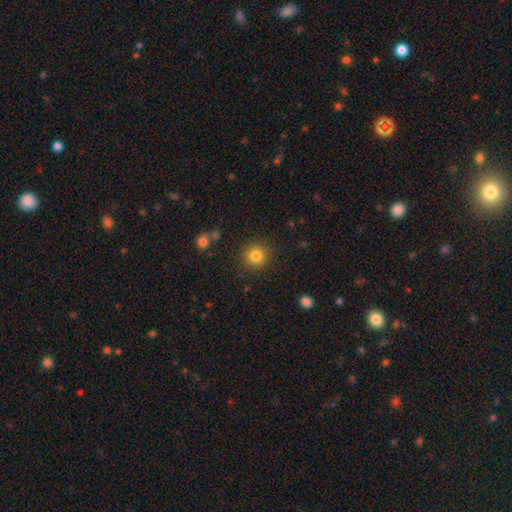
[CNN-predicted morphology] This is clearly a smooth galaxy (82%). How rounded: clearly round (94%). Merging: clearly none (89%).